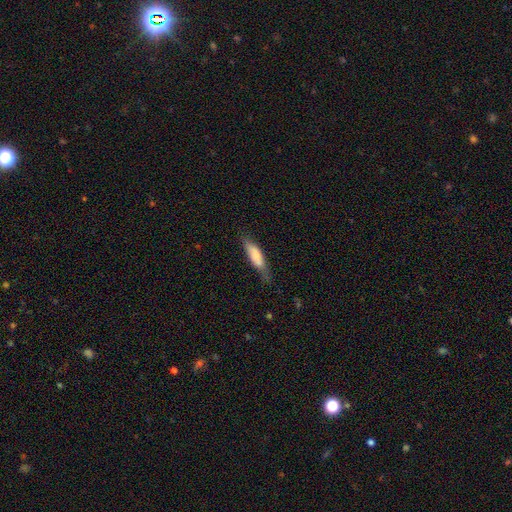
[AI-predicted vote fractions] A smooth galaxy with no disk features (71%) that is cigar-shaped (60%).

Vote fractions:
- Smooth or featured? smooth: 71% / featured or disk: 23% / star or artifact: 6%
- How rounded? cigar-shaped: 60% / in between: 38% / round: 2%
- Merging? none: 60% / minor disturbance: 29% / major disturbance: 8% / merger: 2%